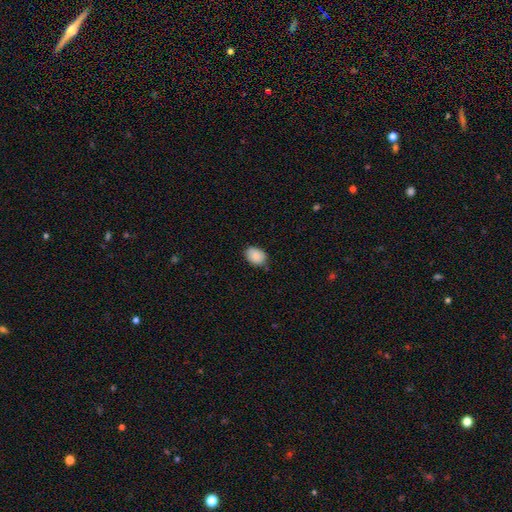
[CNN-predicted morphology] smooth-or-featured: smooth: 89% | star or artifact: 7% | featured or disk: 4%
  how-rounded: in between: 74% | round: 25% | cigar-shaped: 1%
  merging: none: 80% | minor disturbance: 16% | major disturbance: 3% | merger: 1%